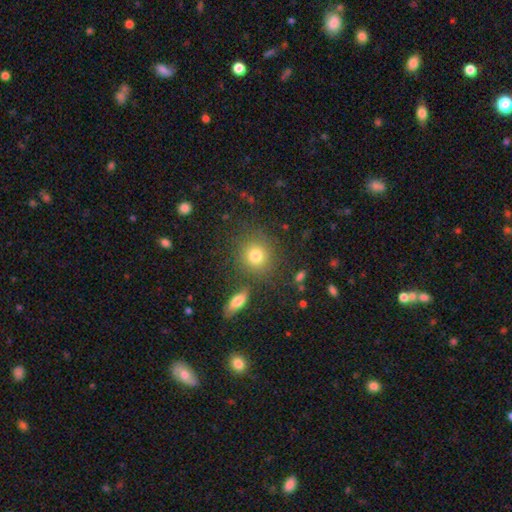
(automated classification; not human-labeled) The model was most divided on "smooth or featured": smooth: 79%, star or artifact: 13%, featured or disk: 8%. More confident: how rounded — round (86%); merging — none (80%).